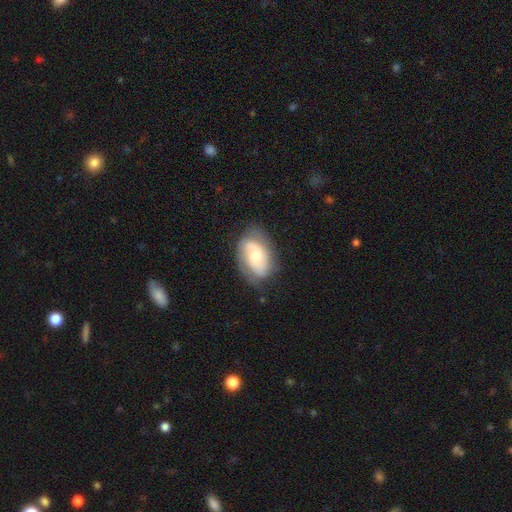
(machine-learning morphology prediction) This appears to be a featured or disk galaxy (67%) with no bar (63%), 2 (66%) medium (41%) spiral arms (89%) and a moderate central bulge (54%). Merging: none (67%).